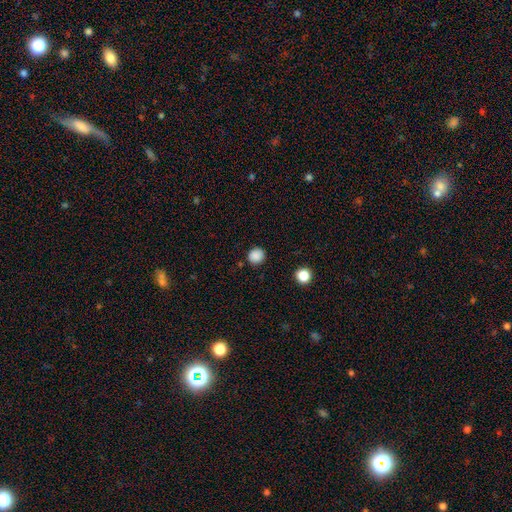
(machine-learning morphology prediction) smooth 86%, star or artifact 11%, featured or disk 3%. Down the decision tree: how rounded — round (92%); merging — none (89%).